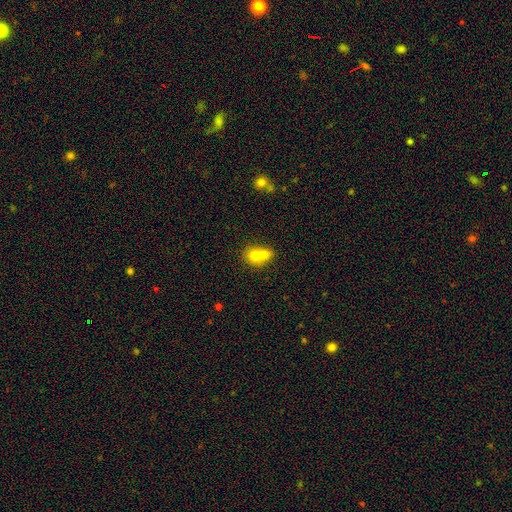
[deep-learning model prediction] A smooth galaxy with no disk features (69%) that is round (62%). Merging: merger (69%).